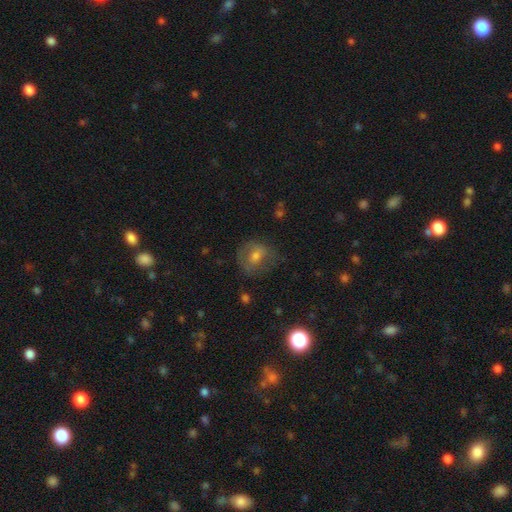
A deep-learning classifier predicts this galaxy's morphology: This is possibly a smooth galaxy (58%). How rounded: likely round (65%). Merging: possibly none (60%).